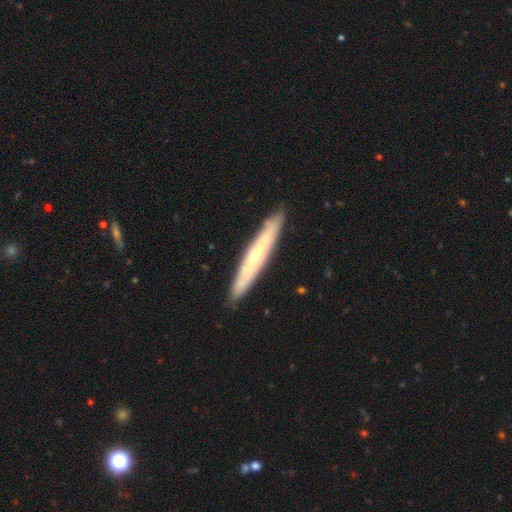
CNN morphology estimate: Smooth or featured?
  - featured or disk: 56% *
  - smooth: 38%
  - star or artifact: 5%
Edge-on disk?
  - yes: 80% *
  - no: 20%
Merging?
  - none: 89% *
  - minor disturbance: 9%
  - major disturbance: 2%
  - merger: 1%